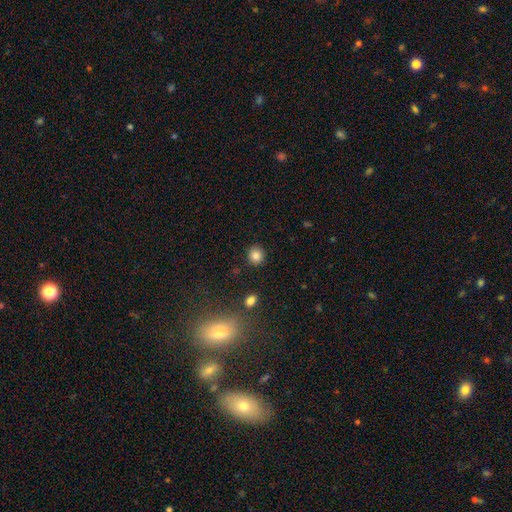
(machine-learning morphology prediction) Q: Smooth or featured?
A: smooth (83%); runner-up: star or artifact (11%)
Q: How rounded?
A: round (89%); runner-up: in between (10%)
Q: Merging?
A: none (90%); runner-up: minor disturbance (6%)